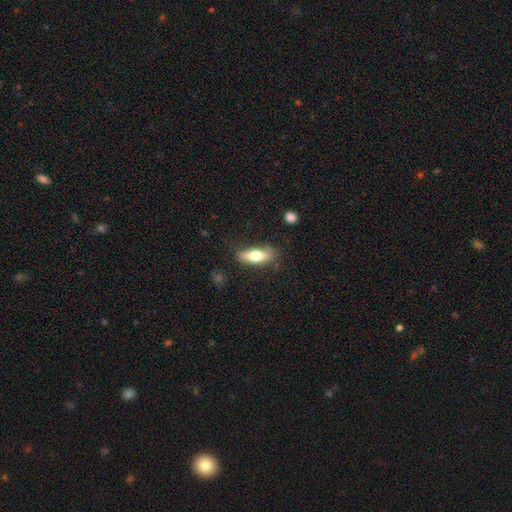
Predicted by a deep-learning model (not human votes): A smooth galaxy with no disk features (68%) that is in between round and cigar-shaped (64%).

Vote fractions:
- Smooth or featured? smooth: 68% / featured or disk: 25% / star or artifact: 7%
- How rounded? in between: 64% / cigar-shaped: 33% / round: 3%
- Merging? none: 73% / minor disturbance: 19% / major disturbance: 6% / merger: 2%